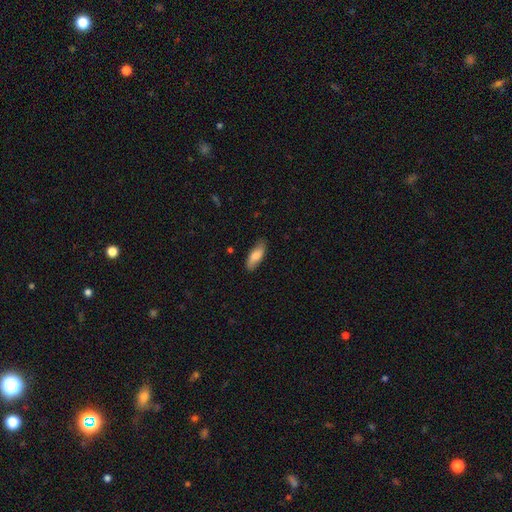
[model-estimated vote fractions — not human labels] A smooth galaxy with no disk features (77%) that is in between round and cigar-shaped (71%).

Vote fractions:
- Smooth or featured? smooth: 77% / featured or disk: 17% / star or artifact: 6%
- How rounded? in between: 71% / cigar-shaped: 27% / round: 2%
- Merging? none: 82% / minor disturbance: 14% / major disturbance: 3% / merger: 1%